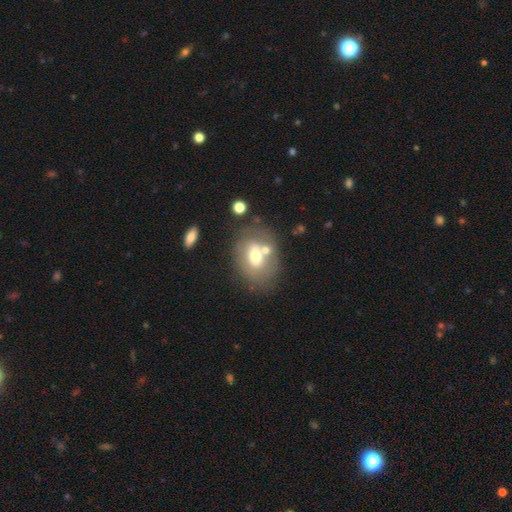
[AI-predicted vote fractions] The model was most divided on "smooth or featured": smooth: 51%, featured or disk: 39%, star or artifact: 9%. More confident: how rounded — in between (71%); merging — none (58%).